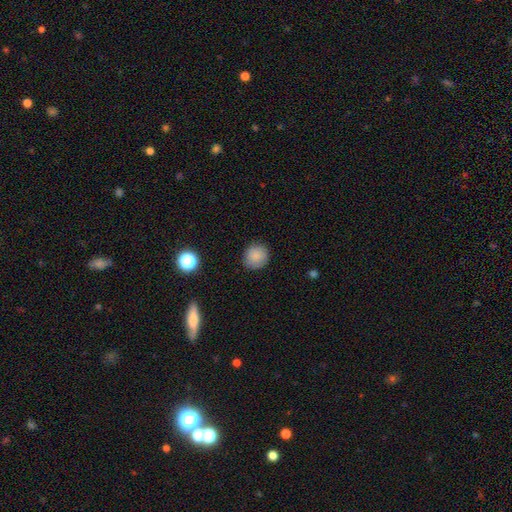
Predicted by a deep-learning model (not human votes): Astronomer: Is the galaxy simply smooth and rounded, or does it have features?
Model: smooth — 86%.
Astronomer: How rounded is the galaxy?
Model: round — 89%.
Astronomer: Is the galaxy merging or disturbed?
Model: none — 88%.